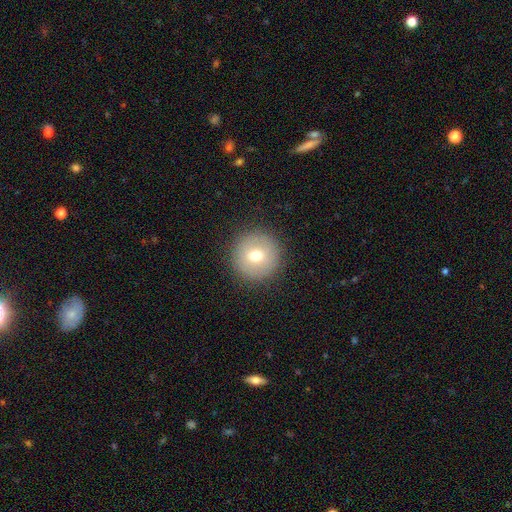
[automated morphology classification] smooth-or-featured: smooth: 70% | featured or disk: 20% | star or artifact: 11%
  how-rounded: round: 96% | in between: 3% | cigar-shaped: 1%
  merging: none: 90% | minor disturbance: 6% | major disturbance: 3% | merger: 1%